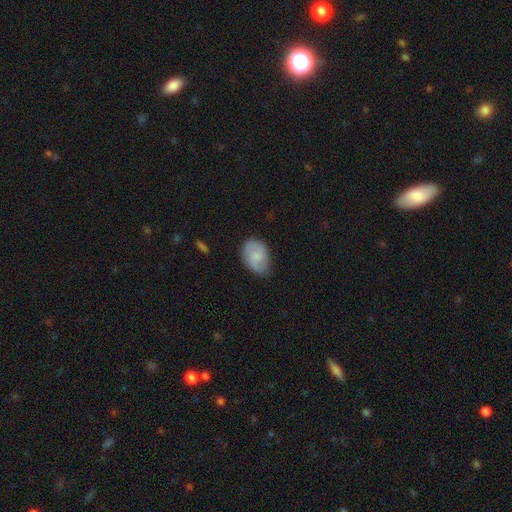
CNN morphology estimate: The model was most divided on "smooth or featured": smooth: 50%, featured or disk: 43%, star or artifact: 7%. More confident: merging — none (69%).